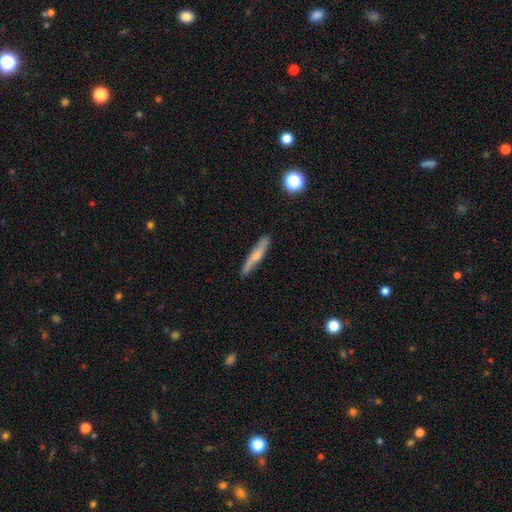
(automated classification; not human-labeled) A smooth galaxy with no disk features (51%) that is cigar-shaped (91%). Merging: none (86%).